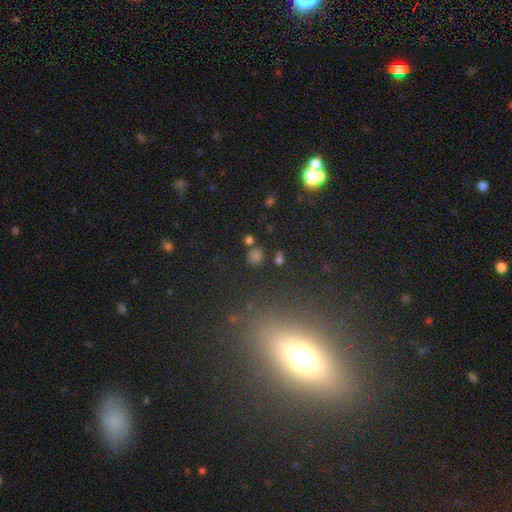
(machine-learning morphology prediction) smooth_or_featured: smooth (p=0.57) [alt: star or artifact p=0.35]
how_rounded: round (p=0.78) [alt: in between p=0.19]
merging: none (p=0.80) [alt: minor disturbance p=0.09]